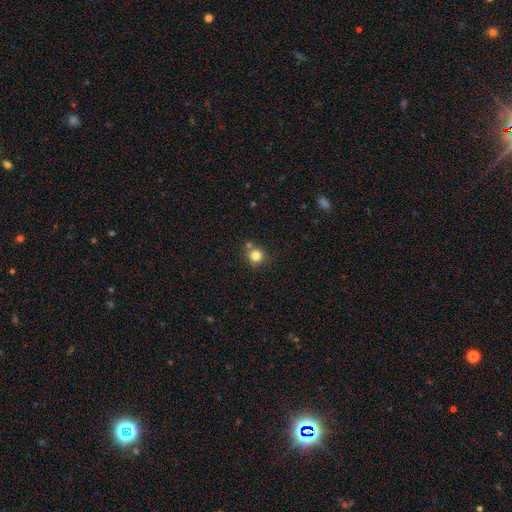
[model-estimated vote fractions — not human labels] This is clearly a smooth galaxy (82%). How rounded: clearly round (91%). Merging: likely none (72%).